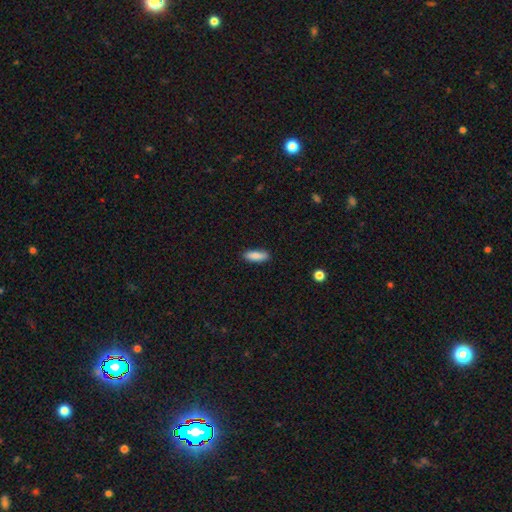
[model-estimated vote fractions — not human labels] Overall: smooth (88%). How rounded: in between (53%; cigar-shaped 45%). Merging: none (88%).